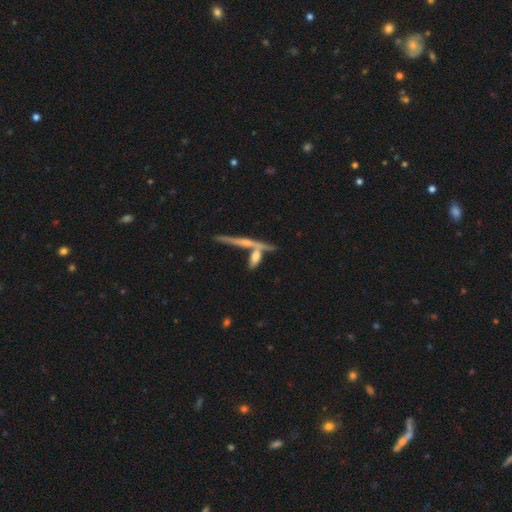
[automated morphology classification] The model was most divided on "smooth or featured": smooth: 47%, featured or disk: 45%, star or artifact: 8%. Remaining: merging — none (47%).